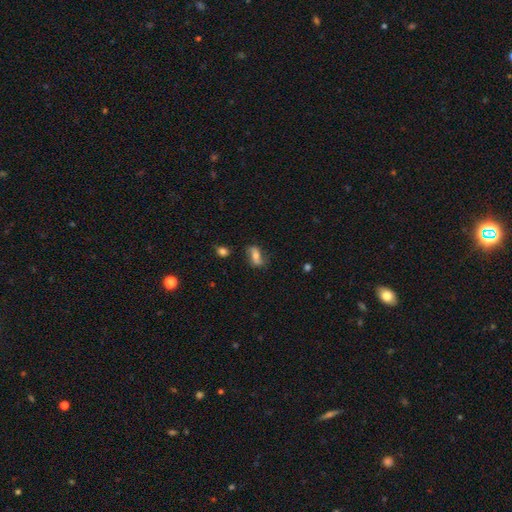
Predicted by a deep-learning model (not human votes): Smooth or featured?
  - featured or disk: 54% *
  - smooth: 36%
  - star or artifact: 9%
Edge-on disk?
  - no: 89% *
  - yes: 11%
Merging?
  - none: 69% *
  - minor disturbance: 20%
  - major disturbance: 8%
  - merger: 3%